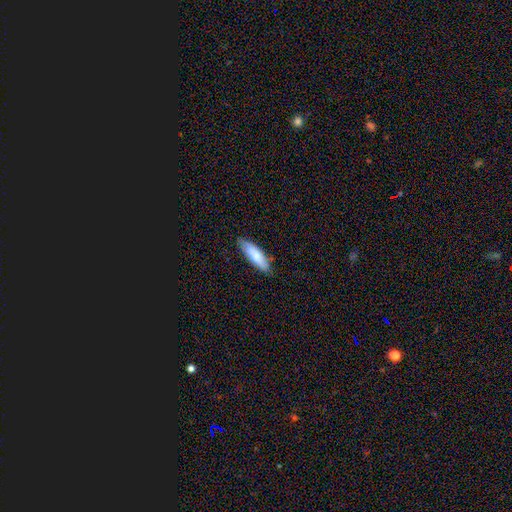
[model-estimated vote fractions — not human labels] Morphology: type=smooth (77%); roundness=cigar-shaped (58%); merging=none (82%).